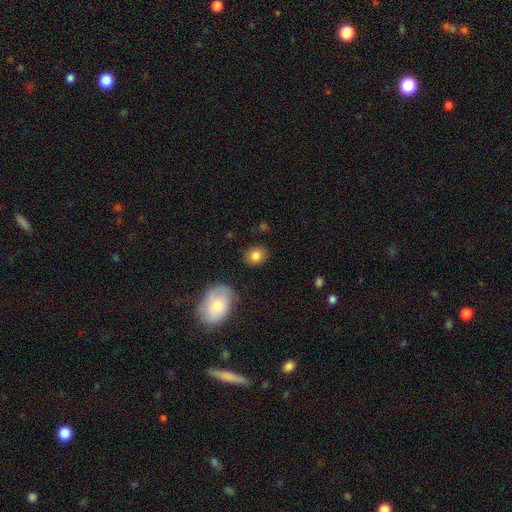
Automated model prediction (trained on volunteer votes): A smooth galaxy with no disk features (82%) that is round (51%).

Vote fractions:
- Smooth or featured? smooth: 82% / star or artifact: 9% / featured or disk: 9%
- How rounded? round: 51% / in between: 48% / cigar-shaped: 1%
- Merging? none: 85% / minor disturbance: 10% / major disturbance: 3% / merger: 2%